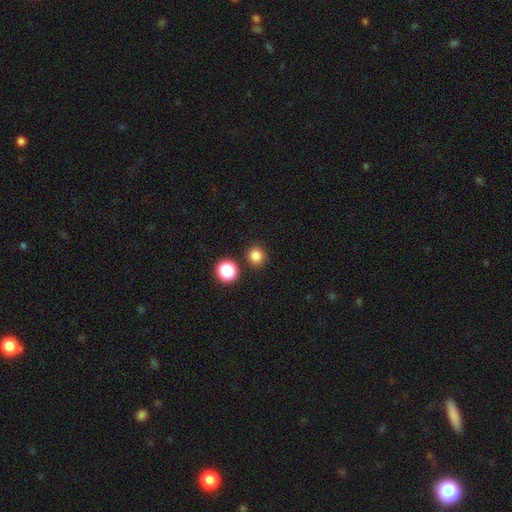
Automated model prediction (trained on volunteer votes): Smooth or featured? Predicted: smooth (p=0.82). How rounded? Predicted: round (p=0.93). Merging? Predicted: none (p=0.88).